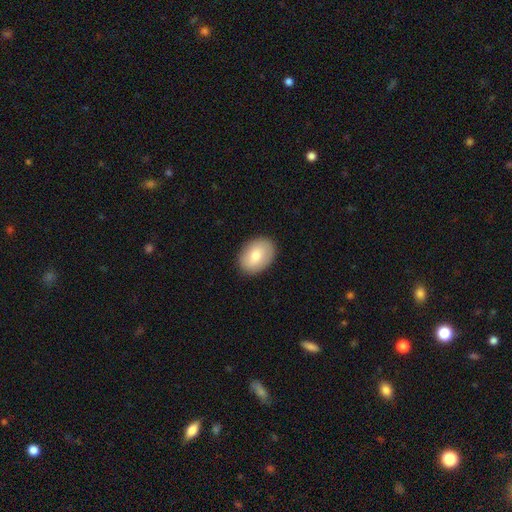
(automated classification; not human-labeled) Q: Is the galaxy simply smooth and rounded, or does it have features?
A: smooth — 73%.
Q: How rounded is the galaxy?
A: in between — 79%.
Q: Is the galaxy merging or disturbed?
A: none — 88%.